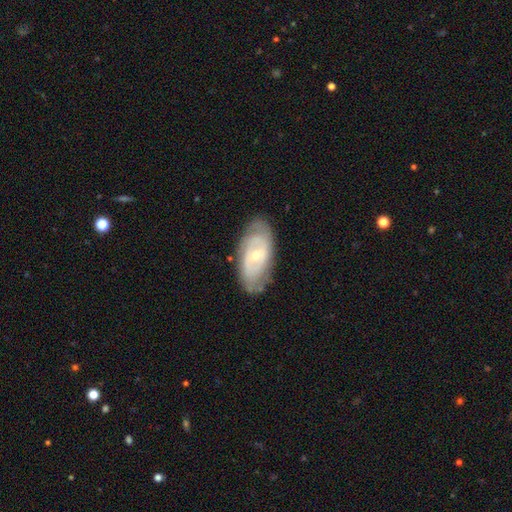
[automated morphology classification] Overall: featured or disk (75%). Edge-on disk: no (93%). Bar: no (48%; weak 41%). Spiral arms: yes (81%). Spiral arm count: 2 (49%; can't tell 36%). Spiral winding: tight (58%; medium 32%). Bulge size: small (56%; moderate 41%). Merging: none (75%).